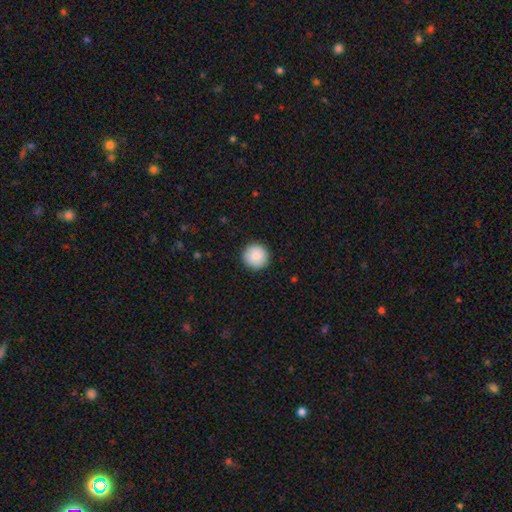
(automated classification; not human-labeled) smooth_or_featured: smooth (p=0.90) [alt: star or artifact p=0.07]
how_rounded: round (p=0.96) [alt: in between p=0.03]
merging: none (p=0.92) [alt: minor disturbance p=0.05]